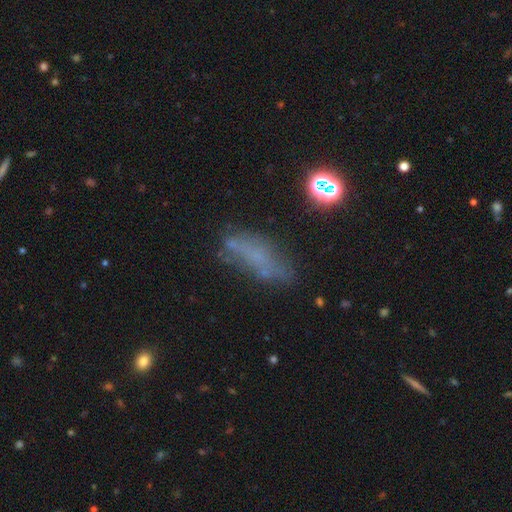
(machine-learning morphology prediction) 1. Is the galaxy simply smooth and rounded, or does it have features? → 44% smooth, 35% featured or disk, 21% star or artifact.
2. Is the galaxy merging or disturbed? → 52% none, 24% minor disturbance, 18% major disturbance, 6% merger.